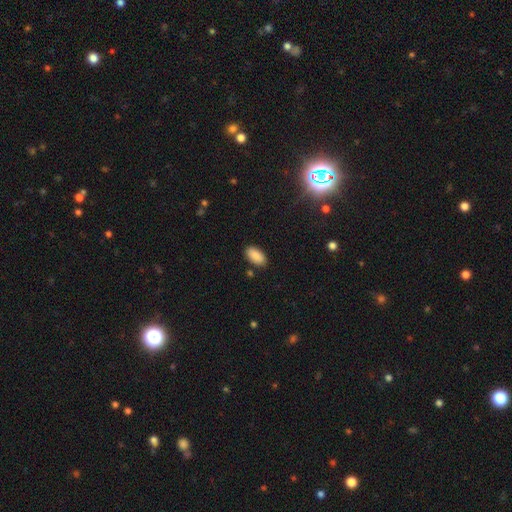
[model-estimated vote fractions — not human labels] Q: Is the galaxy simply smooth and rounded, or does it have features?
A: smooth — 89%.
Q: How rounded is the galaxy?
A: in between — 94%.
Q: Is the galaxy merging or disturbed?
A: none — 87%.